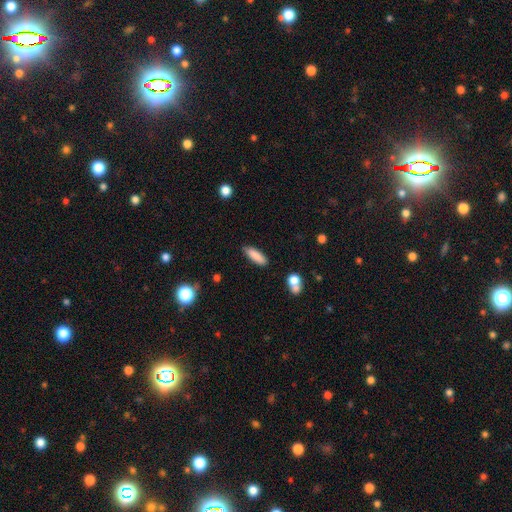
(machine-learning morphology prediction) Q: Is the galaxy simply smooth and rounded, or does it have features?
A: smooth — 86%.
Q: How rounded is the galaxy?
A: in between — 49%, tied with cigar-shaped.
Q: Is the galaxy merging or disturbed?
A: none — 86%.